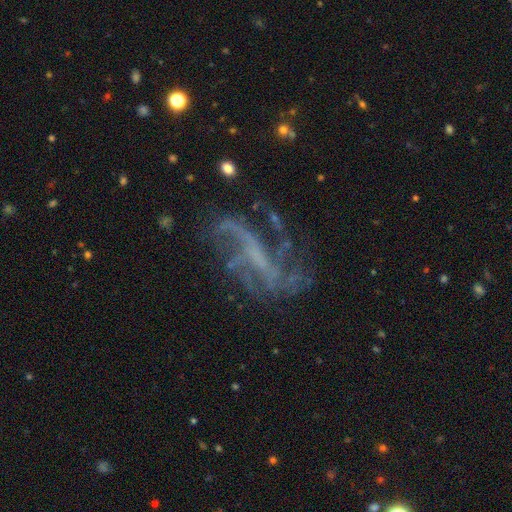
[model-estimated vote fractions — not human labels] Q: Smooth or featured?
A: featured or disk (75%); runner-up: star or artifact (15%)
Q: Edge-on disk?
A: no (92%); runner-up: yes (8%)
Q: Bar?
A: no (37%); runner-up: weak (35%)
Q: Spiral arms?
A: yes (80%); runner-up: no (20%)
Q: Spiral winding?
A: loose (66%); runner-up: medium (24%)
Q: Spiral arm count?
A: 2 (30%); runner-up: can't tell (27%)
Q: Bulge size?
A: none (64%); runner-up: small (24%)
Q: Merging?
A: none (52%); runner-up: major disturbance (26%)